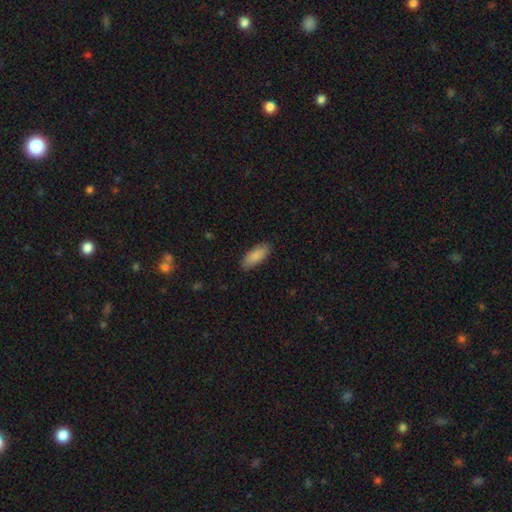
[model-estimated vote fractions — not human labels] Smooth or featured? Predicted: smooth (p=0.89). How rounded? Predicted: in between (p=0.80). Merging? Predicted: none (p=0.87).